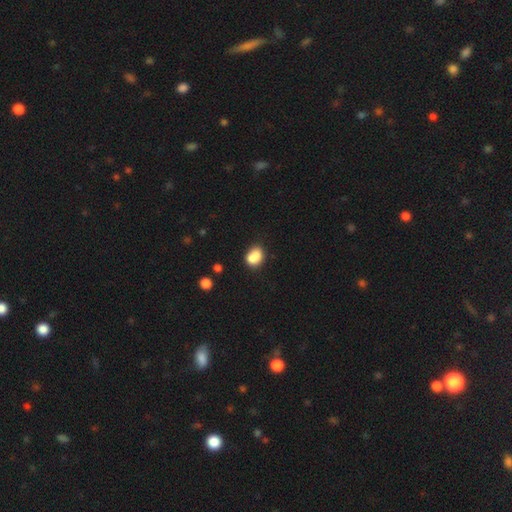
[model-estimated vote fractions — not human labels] Overall: smooth (80%). How rounded: in between (58%; round 40%). Merging: none (46%; merger 30%).